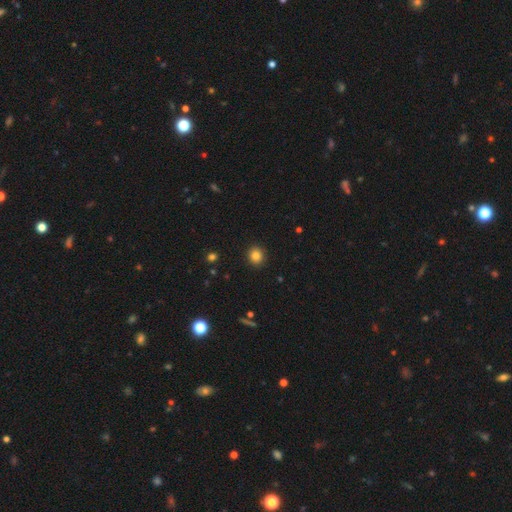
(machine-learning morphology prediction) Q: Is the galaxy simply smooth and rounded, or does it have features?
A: smooth — 84%.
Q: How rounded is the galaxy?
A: round — 84%.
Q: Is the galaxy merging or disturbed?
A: none — 92%.